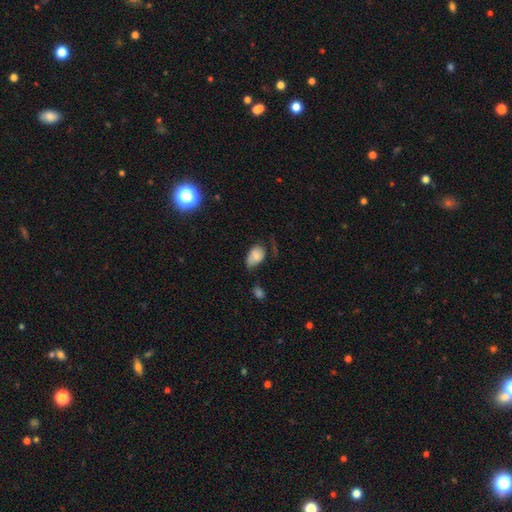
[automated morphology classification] smooth-or-featured: smooth: 70% | featured or disk: 20% | star or artifact: 10%
  how-rounded: in between: 86% | round: 12% | cigar-shaped: 1%
  merging: none: 37% | minor disturbance: 35% | major disturbance: 23% | merger: 5%